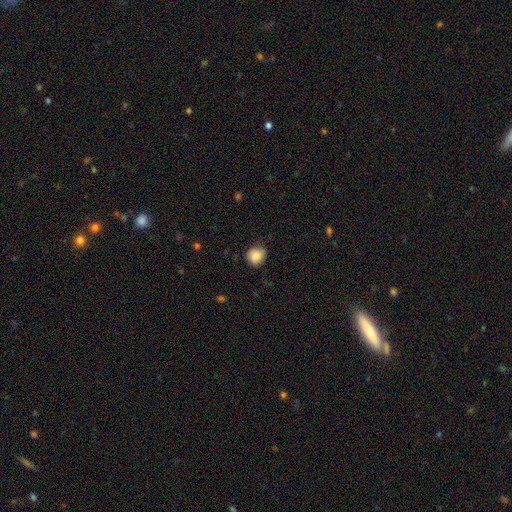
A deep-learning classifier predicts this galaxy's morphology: smooth 87%, star or artifact 8%, featured or disk 5%. Down the decision tree: how rounded — round (83%); merging — none (78%).